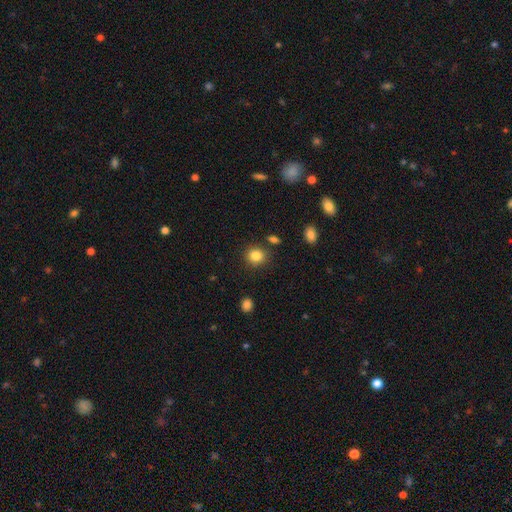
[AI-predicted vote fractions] A smooth galaxy with no disk features (84%) that is round (81%).

Vote fractions:
- Smooth or featured? smooth: 84% / star or artifact: 10% / featured or disk: 5%
- How rounded? round: 81% / in between: 18% / cigar-shaped: 1%
- Merging? none: 84% / minor disturbance: 9% / merger: 4% / major disturbance: 3%